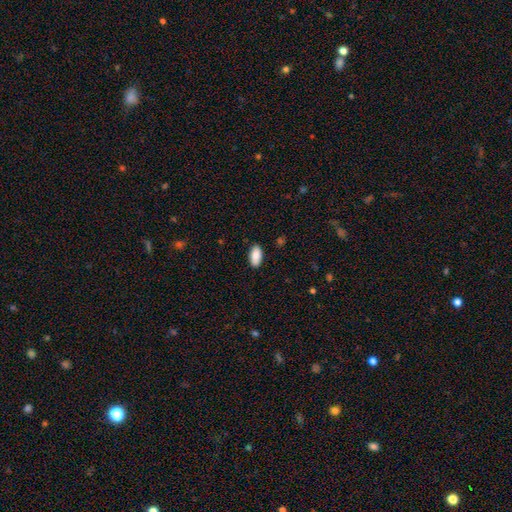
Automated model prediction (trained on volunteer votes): Smooth or featured: smooth — 88% (star or artifact — 6%)
How rounded: in between — 93% (cigar-shaped — 5%)
Merging: none — 87% (minor disturbance — 9%)